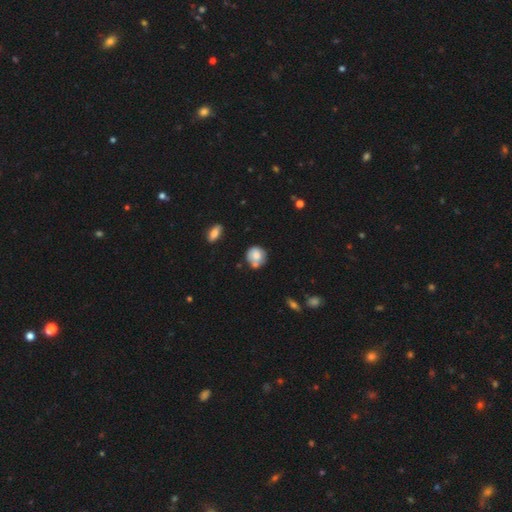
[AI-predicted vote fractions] Q: Smooth or featured?
A: smooth (71%); runner-up: featured or disk (21%)
Q: How rounded?
A: round (83%); runner-up: in between (16%)
Q: Merging?
A: none (57%); runner-up: minor disturbance (23%)